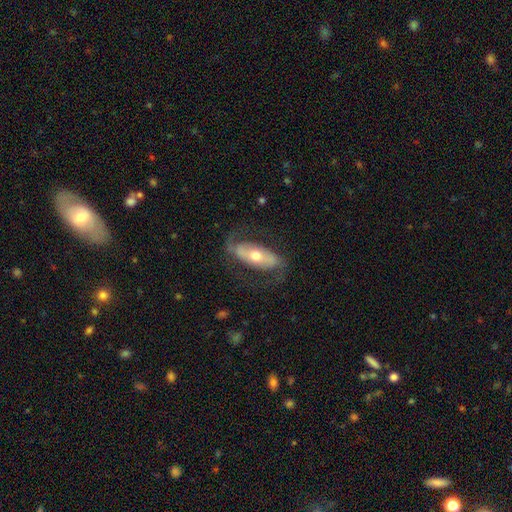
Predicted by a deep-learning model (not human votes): Smooth or featured? Predicted: featured or disk (p=0.72). Edge-on disk? Predicted: no (p=0.86). Bar? Predicted: strong (p=0.38, tied with no). Spiral arms? Predicted: yes (p=0.80). Bulge size? Predicted: moderate (p=0.64). Merging? Predicted: none (p=0.72).